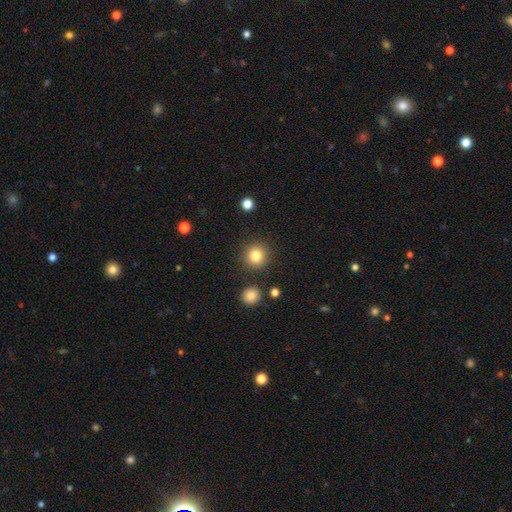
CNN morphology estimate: smooth-or-featured: smooth: 82% | star or artifact: 11% | featured or disk: 7%
  how-rounded: round: 93% | in between: 6% | cigar-shaped: 1%
  merging: none: 89% | minor disturbance: 6% | merger: 3% | major disturbance: 2%